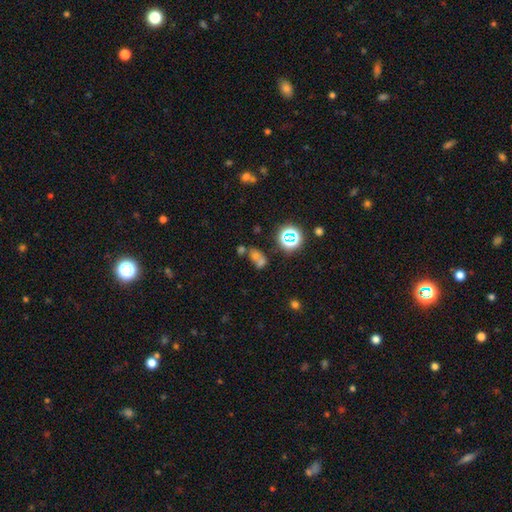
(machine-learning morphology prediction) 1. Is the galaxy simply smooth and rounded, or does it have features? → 58% smooth, 26% star or artifact, 16% featured or disk.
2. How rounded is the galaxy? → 56% in between, 41% round, 3% cigar-shaped.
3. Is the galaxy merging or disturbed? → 52% merger, 30% none, 10% minor disturbance, 8% major disturbance.